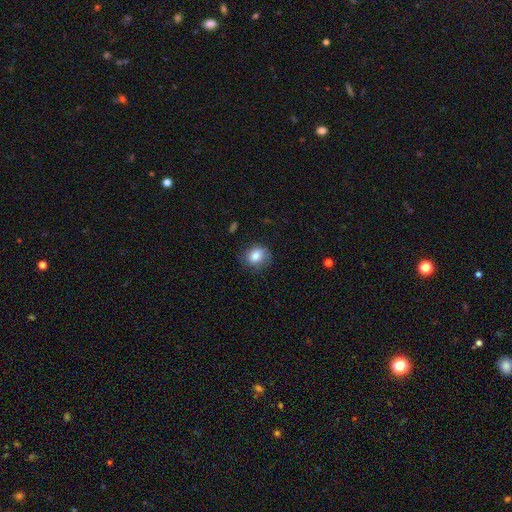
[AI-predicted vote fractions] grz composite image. It shows a smooth galaxy with no disk features (82%) that is round (61%). Merging: none (74%).